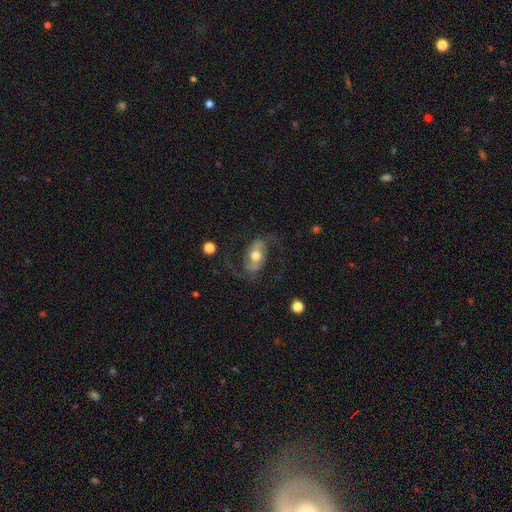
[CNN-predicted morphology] featured or disk 80%, smooth 14%, star or artifact 6%. Down the decision tree: edge-on disk — no (96%); bar — weak (38%); spiral arms — yes (91%); spiral arm count — 2 (92%); spiral winding — medium (46%); bulge size — moderate (74%); merging — none (69%).